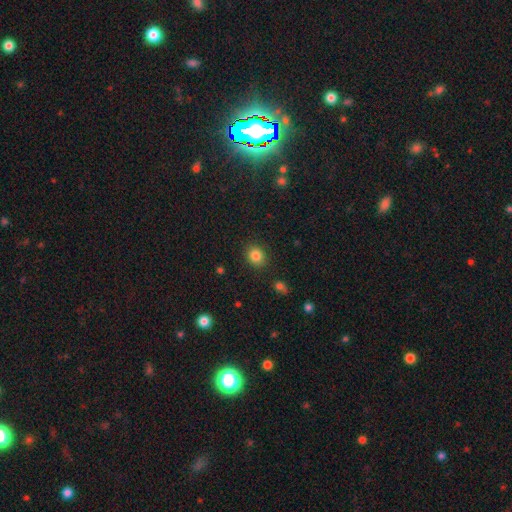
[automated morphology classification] Smooth or featured? smooth (84%)
How rounded? round (74%)
Merging? none (88%)